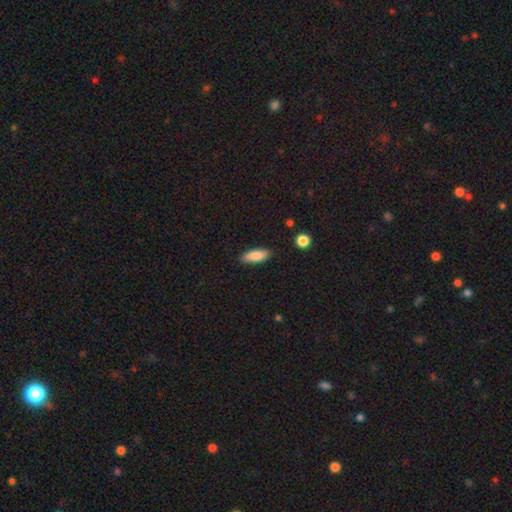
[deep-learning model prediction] smooth 86%, featured or disk 7%, star or artifact 6%. Down the decision tree: how rounded — in between (70%); merging — none (86%).